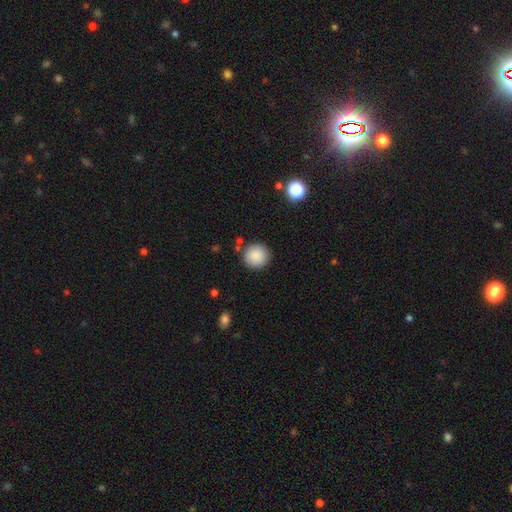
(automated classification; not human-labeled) smooth 88%, star or artifact 8%, featured or disk 4%. Down the decision tree: how rounded — round (95%); merging — none (88%).